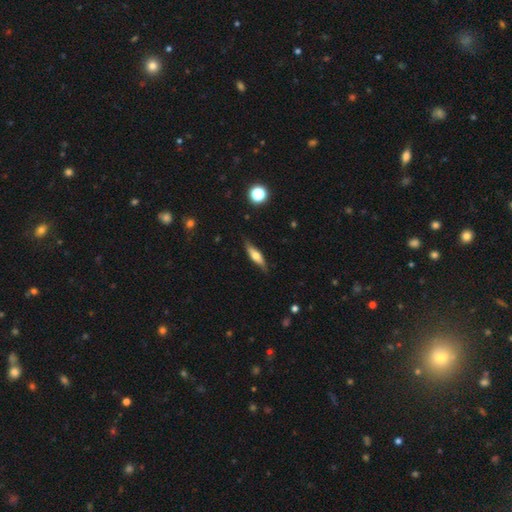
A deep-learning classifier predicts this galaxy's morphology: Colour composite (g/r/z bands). It shows a smooth galaxy with no disk features (49%). Merging: none (81%).